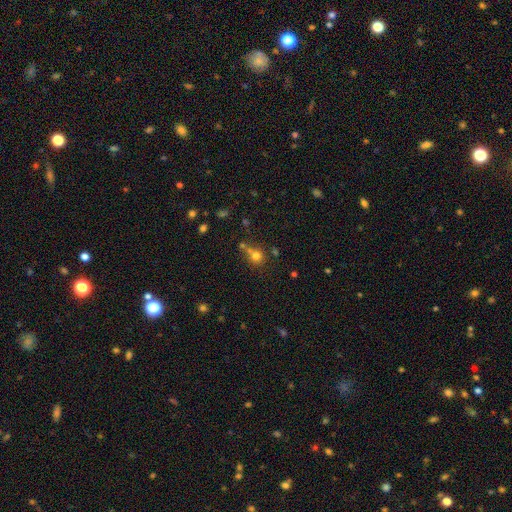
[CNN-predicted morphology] smooth 73%, star or artifact 17%, featured or disk 10%. Down the decision tree: how rounded — round (88%); merging — none (55%).